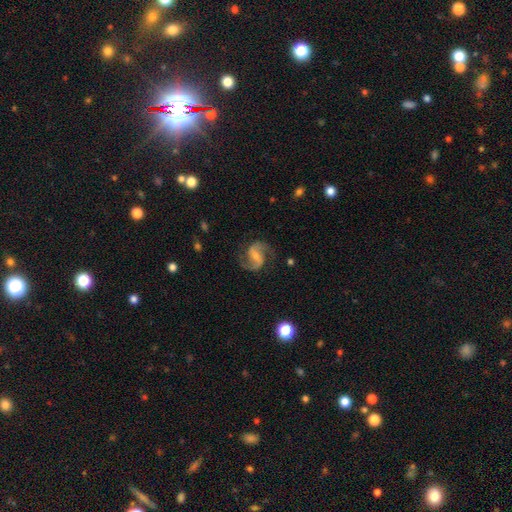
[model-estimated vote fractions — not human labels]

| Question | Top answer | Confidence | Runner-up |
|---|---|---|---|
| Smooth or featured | featured or disk | 89% | smooth (6%) |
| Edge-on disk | no | 98% | yes (2%) |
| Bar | weak | 46% | strong (35%) |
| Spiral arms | yes | 97% | no (3%) |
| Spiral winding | medium | 56% | loose (33%) |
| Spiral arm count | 2 | 94% | can't tell (2%) |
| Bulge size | small | 56% | moderate (31%) |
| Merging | none | 80% | minor disturbance (13%) |